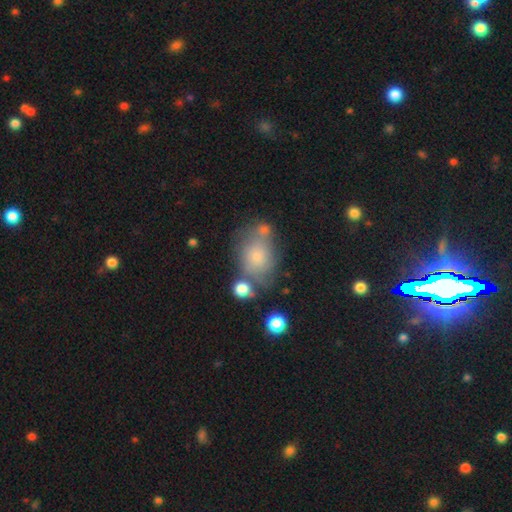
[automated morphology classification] The model was most divided on "how rounded": in between: 65%, round: 33%, cigar-shaped: 2%. More confident: smooth or featured — smooth (64%); merging — none (59%).